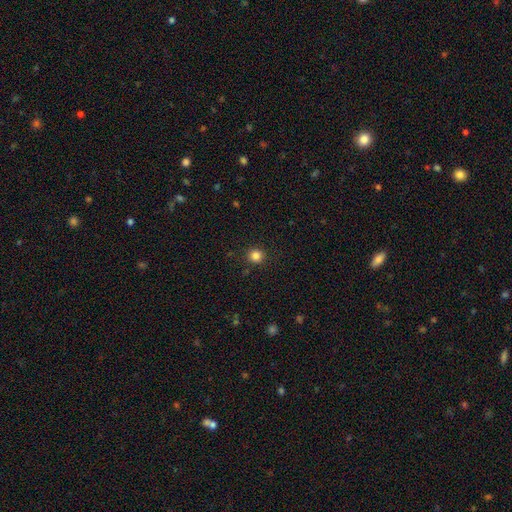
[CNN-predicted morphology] Smooth or featured? Predicted: smooth (p=0.84). How rounded? Predicted: round (p=0.94). Merging? Predicted: none (p=0.91).